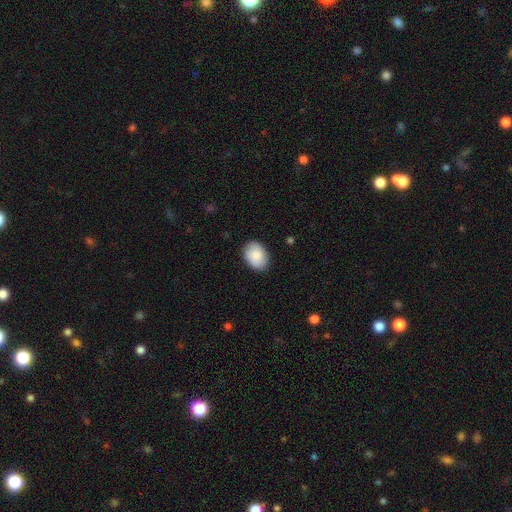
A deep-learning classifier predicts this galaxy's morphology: A smooth galaxy with no disk features (84%) that is in between round and cigar-shaped (79%). Merging: none (84%).